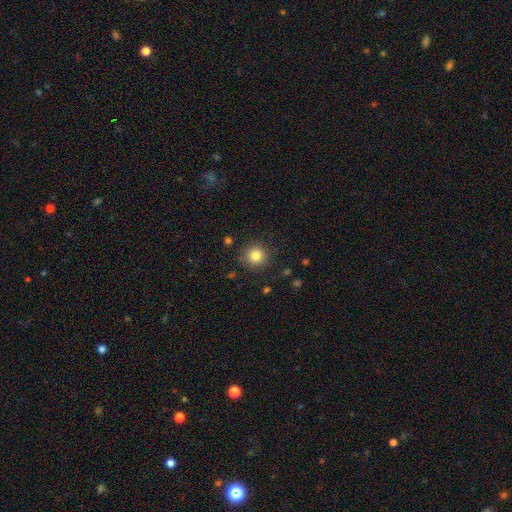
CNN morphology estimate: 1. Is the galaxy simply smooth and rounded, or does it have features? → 83% smooth, 11% star or artifact, 6% featured or disk.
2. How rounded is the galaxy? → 93% round, 6% in between, 1% cigar-shaped.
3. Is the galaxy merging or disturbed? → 88% none, 8% minor disturbance, 3% major disturbance, 1% merger.